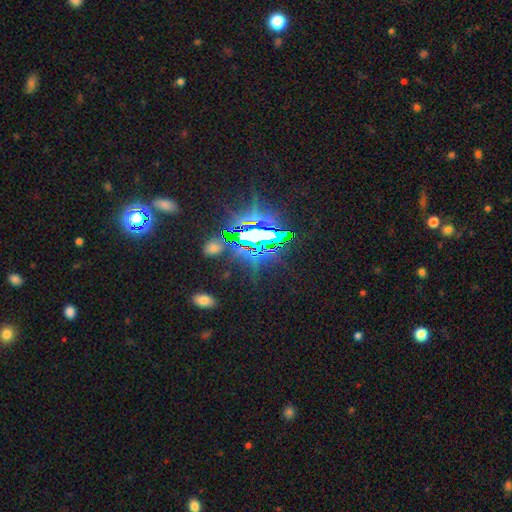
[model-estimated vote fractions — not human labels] Q: Smooth or featured?
A: star or artifact (83%); runner-up: featured or disk (10%)